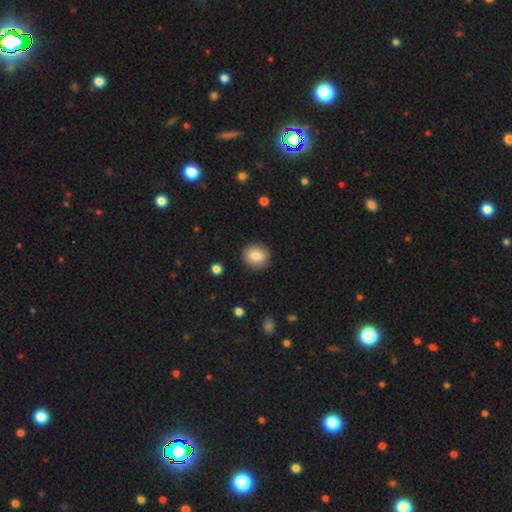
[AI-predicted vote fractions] Morphology: type=smooth (83%); roundness=round (84%); merging=none (89%).